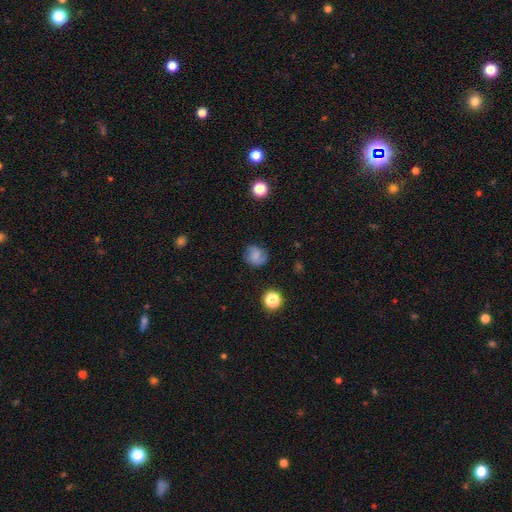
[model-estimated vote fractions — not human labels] Smooth or featured? Predicted: smooth (p=0.63). How rounded? Predicted: round (p=0.78). Merging? Predicted: none (p=0.76).